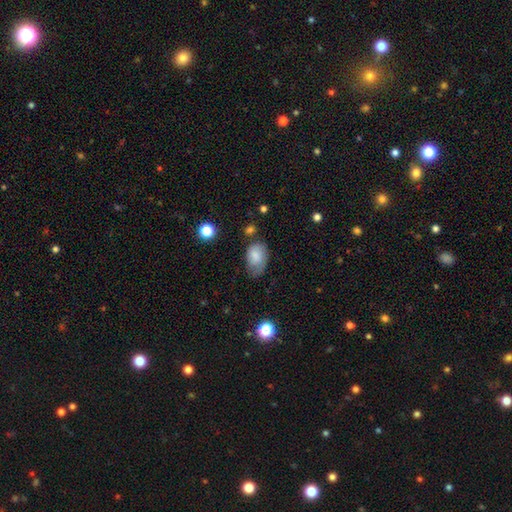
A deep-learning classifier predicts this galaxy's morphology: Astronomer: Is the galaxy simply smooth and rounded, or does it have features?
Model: smooth — 76%.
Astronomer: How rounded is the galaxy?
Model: in between — 87%.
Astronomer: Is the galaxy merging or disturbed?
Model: none — 43% (runner-up: minor disturbance, 37%).